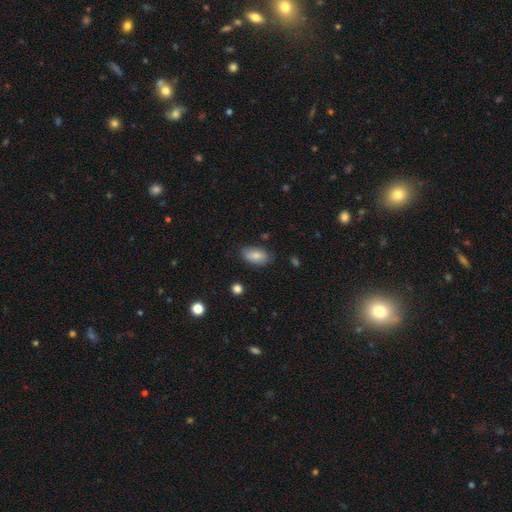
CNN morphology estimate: Overall: smooth (82%). How rounded: in between (93%). Merging: none (81%).